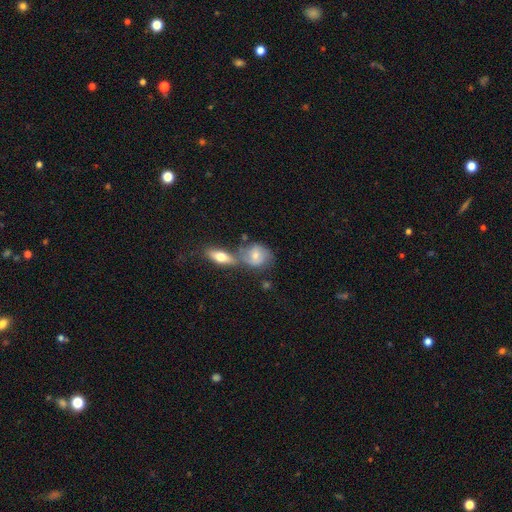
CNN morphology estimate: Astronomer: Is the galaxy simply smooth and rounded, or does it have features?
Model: smooth — 56% (runner-up: featured or disk, 35%).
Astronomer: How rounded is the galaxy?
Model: in between — 51% (runner-up: round, 44%).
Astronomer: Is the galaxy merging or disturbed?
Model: merger — 41% (runner-up: none, 39%).